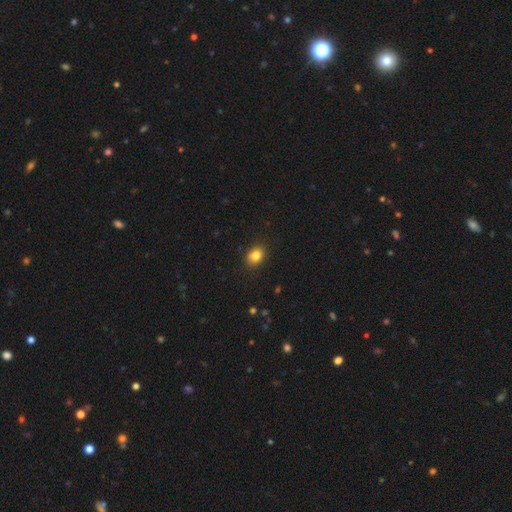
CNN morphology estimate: Smooth or featured? Predicted: smooth (p=0.83). How rounded? Predicted: in between (p=0.56). Merging? Predicted: none (p=0.88).